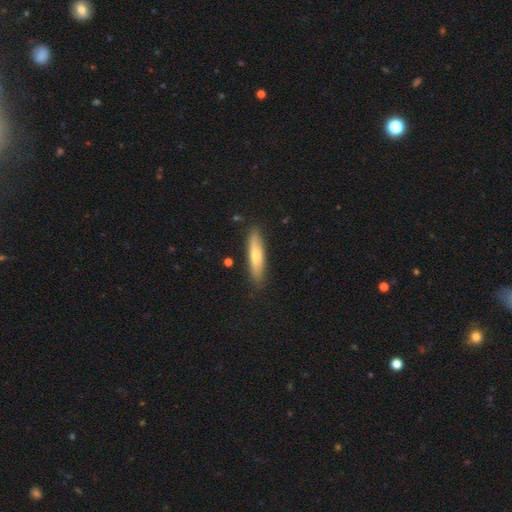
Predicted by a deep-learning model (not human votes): smooth-or-featured: smooth: 67% | featured or disk: 27% | star or artifact: 6%
  how-rounded: cigar-shaped: 79% | in between: 19% | round: 2%
  merging: none: 85% | minor disturbance: 11% | major disturbance: 2% | merger: 2%